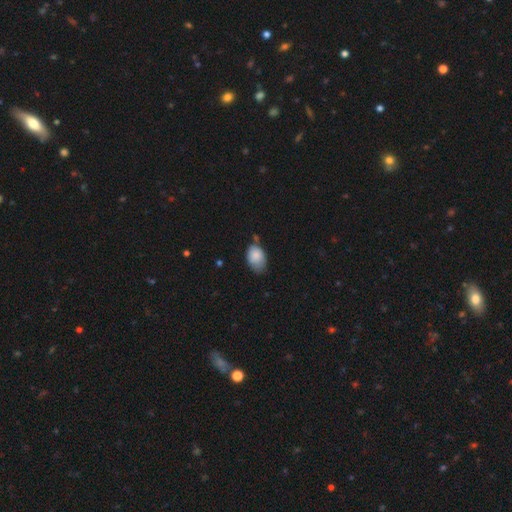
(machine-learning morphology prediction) Q: Smooth or featured?
A: smooth (84%); runner-up: featured or disk (9%)
Q: How rounded?
A: in between (82%); runner-up: round (16%)
Q: Merging?
A: minor disturbance (42%); tied with: none (42%)